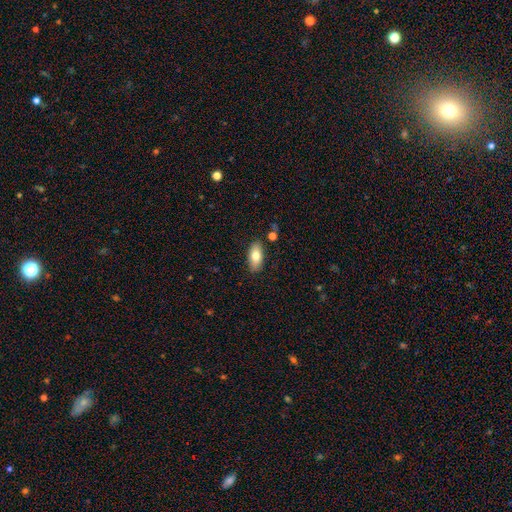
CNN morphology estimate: This appears to be a smooth galaxy with no disk features (78%) that is in between round and cigar-shaped (89%). Merging: none (85%).